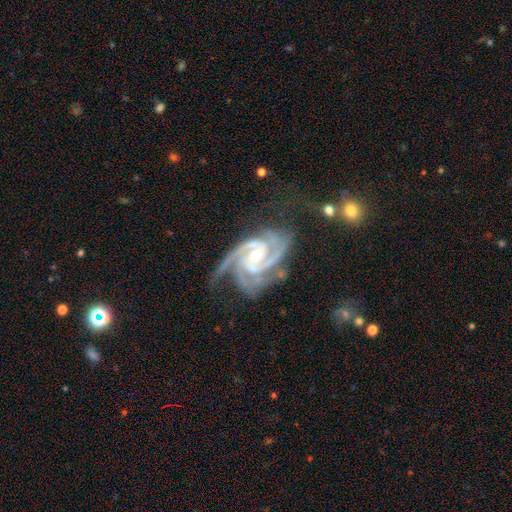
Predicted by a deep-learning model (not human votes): featured or disk 94%, star or artifact 4%, smooth 2%. Down the decision tree: edge-on disk — no (98%); bar — no (53%); spiral arms — yes (99%); spiral arm count — 3 (56%); spiral winding — tight (55%); bulge size — moderate (56%); merging — none (55%).